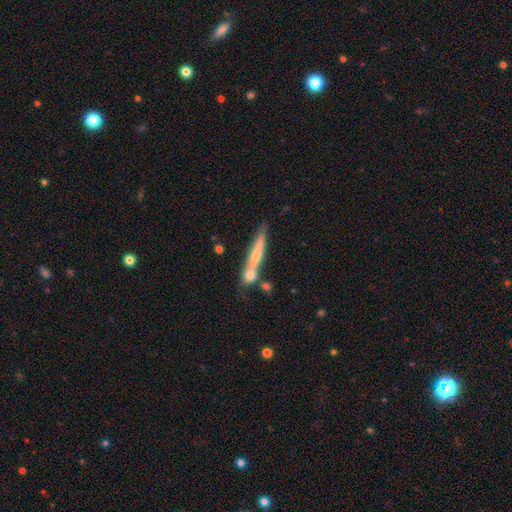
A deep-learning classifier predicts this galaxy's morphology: Q: Smooth or featured?
A: featured or disk (52%); runner-up: smooth (40%)
Q: Edge-on disk?
A: yes (88%); runner-up: no (12%)
Q: Merging?
A: none (56%); runner-up: merger (24%)